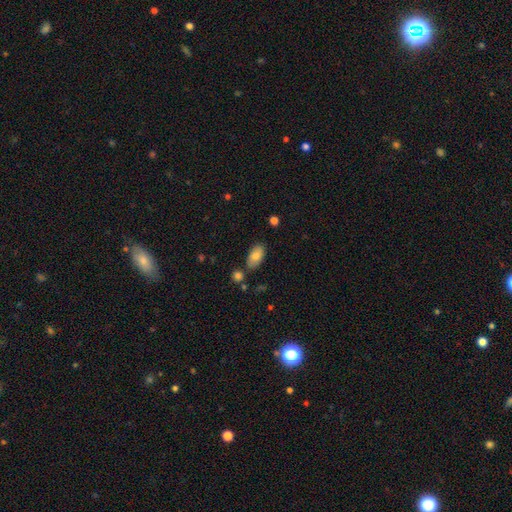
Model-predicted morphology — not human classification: This appears to be a smooth galaxy with no disk features (78%) that is in between round and cigar-shaped (94%). Merging: none (77%).